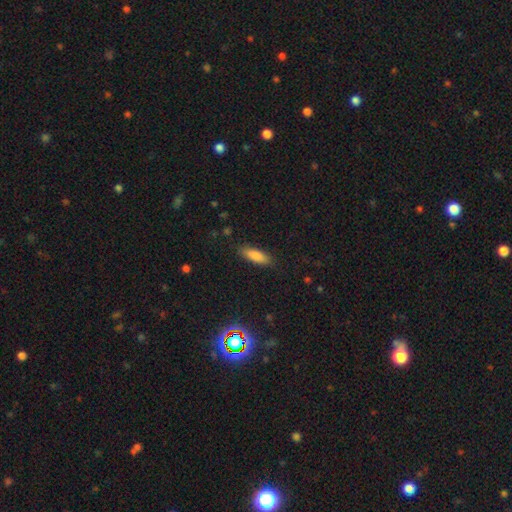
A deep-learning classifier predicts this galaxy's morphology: type=smooth (84%); roundness=in between (57%); merging=none (86%).